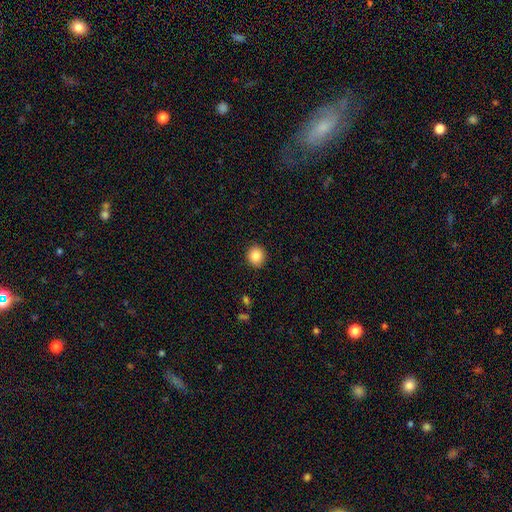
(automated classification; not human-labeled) Smooth or featured? smooth (86%)
How rounded? round (83%)
Merging? none (91%)